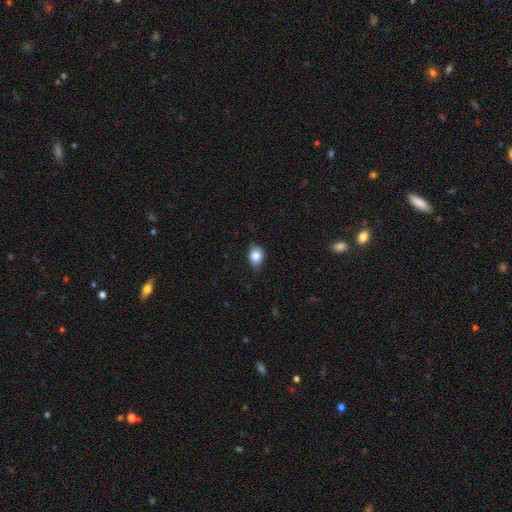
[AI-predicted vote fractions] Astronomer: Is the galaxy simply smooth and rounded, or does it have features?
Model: smooth — 81%.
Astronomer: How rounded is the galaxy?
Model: in between — 62% (runner-up: round, 37%).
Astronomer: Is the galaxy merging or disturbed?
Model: none — 70%.